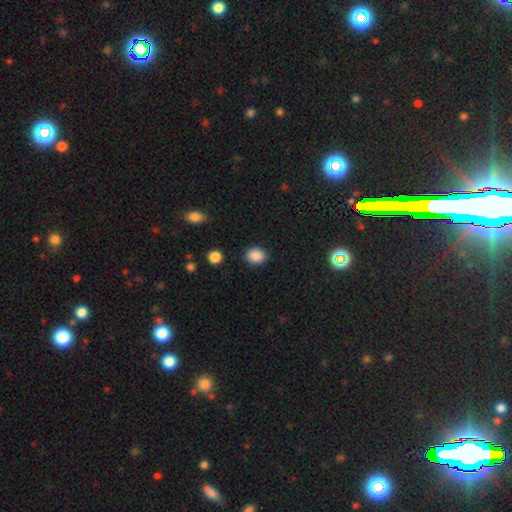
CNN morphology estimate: smooth-or-featured: smooth: 88% | star or artifact: 9% | featured or disk: 3%
  how-rounded: round: 54% | in between: 45% | cigar-shaped: 1%
  merging: none: 86% | minor disturbance: 10% | major disturbance: 3% | merger: 2%